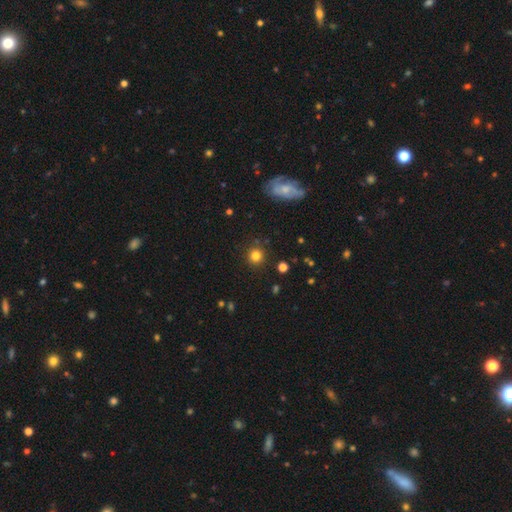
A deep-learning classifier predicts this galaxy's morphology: Smooth or featured? smooth (81%)
How rounded? round (93%)
Merging? none (89%)